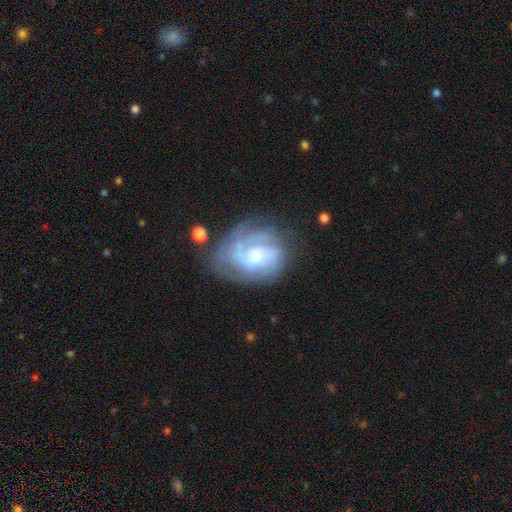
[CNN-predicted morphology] Smooth or featured? Predicted: featured or disk (p=0.75). Edge-on disk? Predicted: no (p=0.97). Bar? Predicted: no (p=0.59). Spiral arms? Predicted: yes (p=0.85). Spiral winding? Predicted: tight (p=0.51). Spiral arm count? Predicted: can't tell (p=0.41). Bulge size? Predicted: moderate (p=0.47). Merging? Predicted: none (p=0.58).